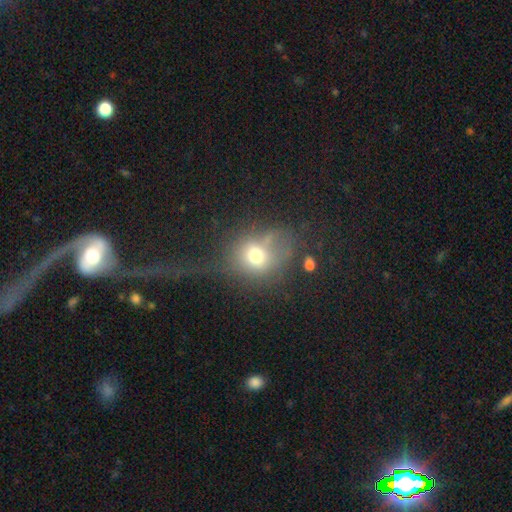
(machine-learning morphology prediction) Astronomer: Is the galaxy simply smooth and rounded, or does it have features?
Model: smooth — 65%.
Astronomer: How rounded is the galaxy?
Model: round — 66%.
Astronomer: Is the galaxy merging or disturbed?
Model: none — 43% (runner-up: major disturbance, 29%).